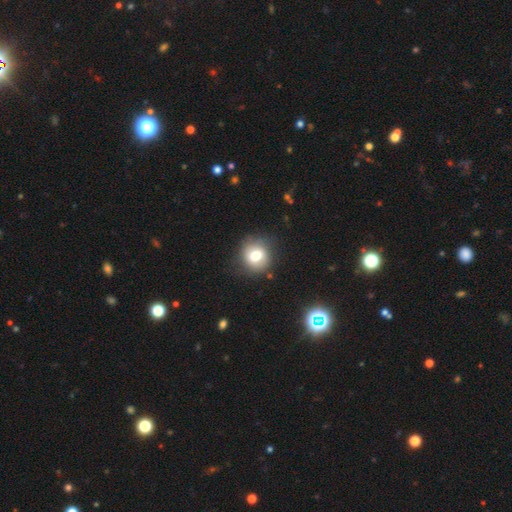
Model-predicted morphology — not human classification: Overall: smooth (74%). How rounded: round (83%). Merging: none (78%).